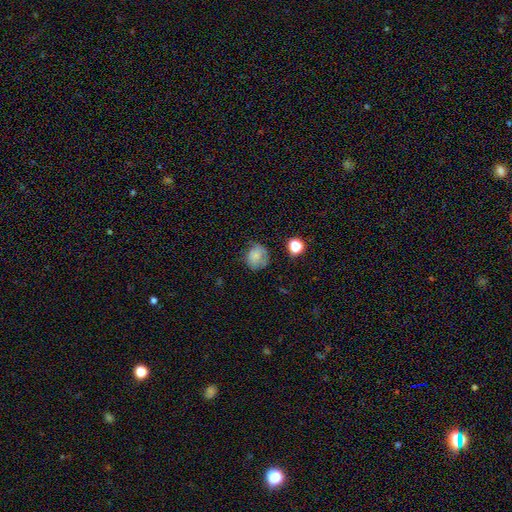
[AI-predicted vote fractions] Q: Smooth or featured?
A: smooth (75%); runner-up: star or artifact (12%)
Q: How rounded?
A: round (72%); runner-up: in between (27%)
Q: Merging?
A: none (59%); runner-up: minor disturbance (28%)